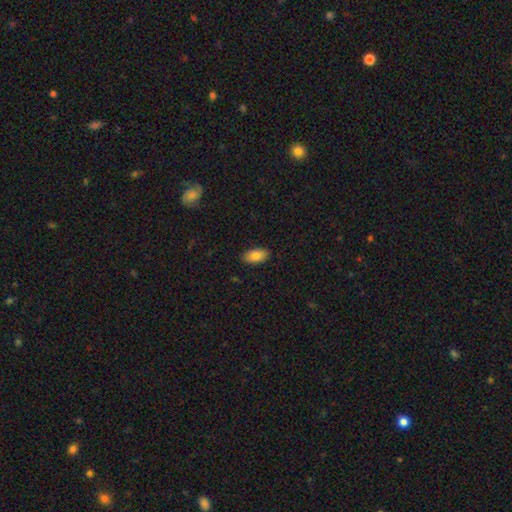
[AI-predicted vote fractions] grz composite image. It shows a smooth galaxy with no disk features (84%) that is in between round and cigar-shaped (92%). Merging: none (89%).